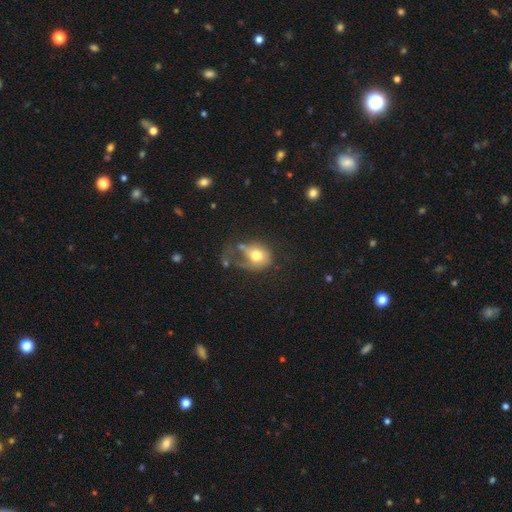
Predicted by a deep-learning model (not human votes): Smooth or featured?
  - smooth: 61% *
  - featured or disk: 30%
  - star or artifact: 9%
How rounded?
  - round: 59% *
  - in between: 40%
  - cigar-shaped: 1%
Merging?
  - major disturbance: 45% *
  - none: 24%
  - minor disturbance: 21%
  - merger: 9%